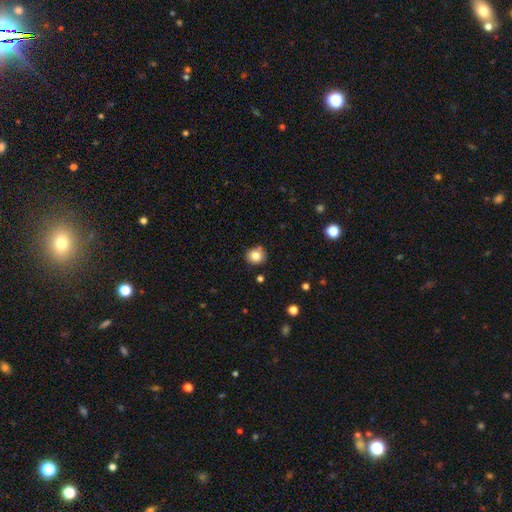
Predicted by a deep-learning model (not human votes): A smooth galaxy with no disk features (82%) that is round (88%). Merging: none (82%).